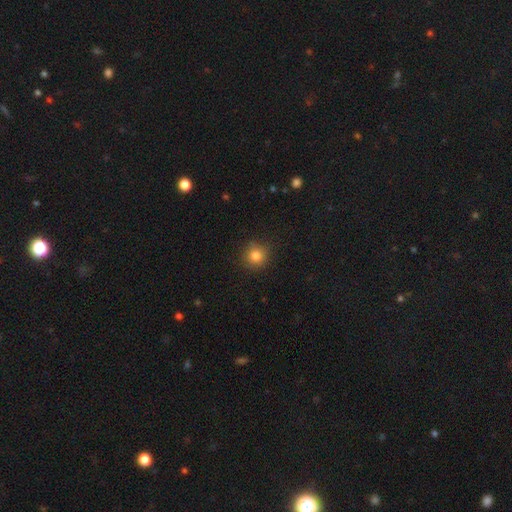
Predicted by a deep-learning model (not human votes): Smooth or featured?
  - smooth: 82% *
  - star or artifact: 12%
  - featured or disk: 6%
How rounded?
  - round: 92% *
  - in between: 7%
  - cigar-shaped: 1%
Merging?
  - none: 87% *
  - minor disturbance: 9%
  - major disturbance: 2%
  - merger: 1%